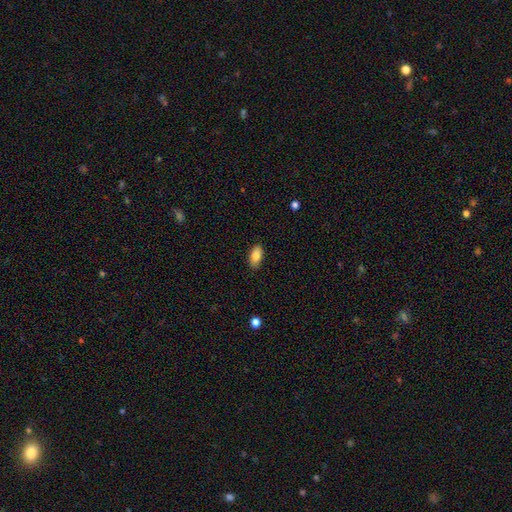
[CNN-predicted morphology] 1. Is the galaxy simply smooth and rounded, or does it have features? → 83% smooth, 9% featured or disk, 7% star or artifact.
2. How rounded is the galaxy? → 91% in between, 5% cigar-shaped, 4% round.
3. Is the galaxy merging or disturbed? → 87% none, 10% minor disturbance, 2% major disturbance, 1% merger.